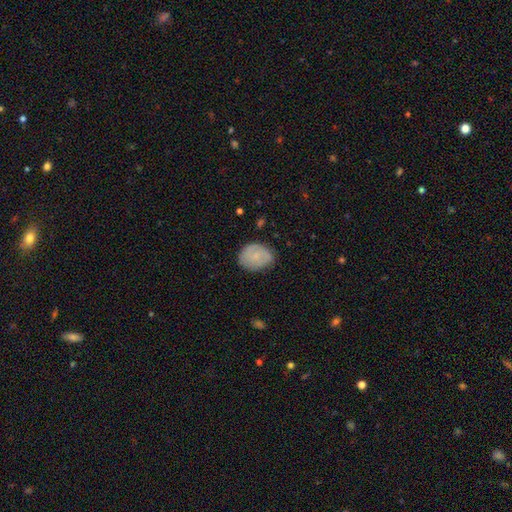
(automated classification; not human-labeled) Smooth or featured? smooth (62%)
How rounded? in between (58%)
Merging? none (72%)